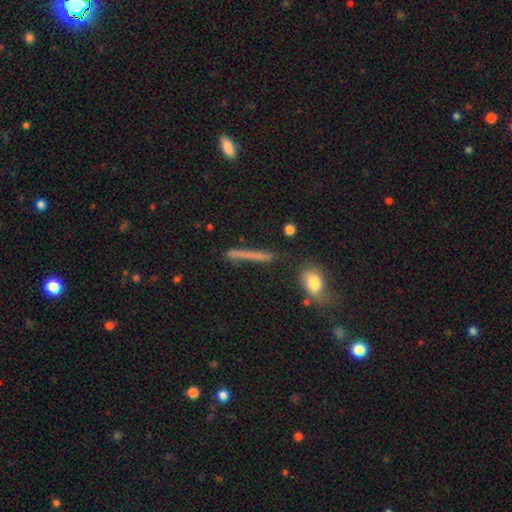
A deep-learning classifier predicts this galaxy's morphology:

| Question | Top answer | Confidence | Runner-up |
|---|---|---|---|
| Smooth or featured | smooth | 59% | featured or disk (31%) |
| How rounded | cigar-shaped | 93% | in between (4%) |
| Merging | none | 77% | minor disturbance (14%) |